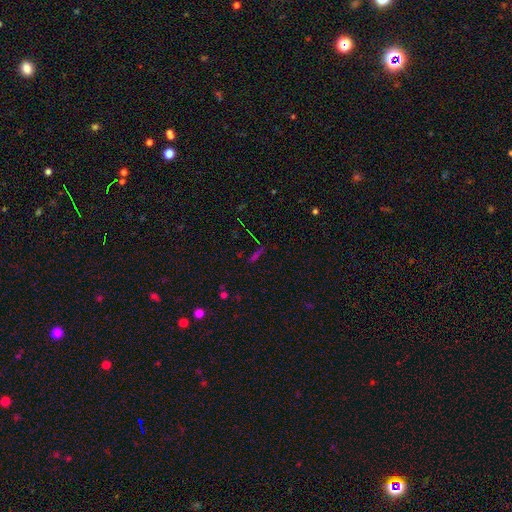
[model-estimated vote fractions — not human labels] This appears to be a star or artifact, not a galaxy (44%).